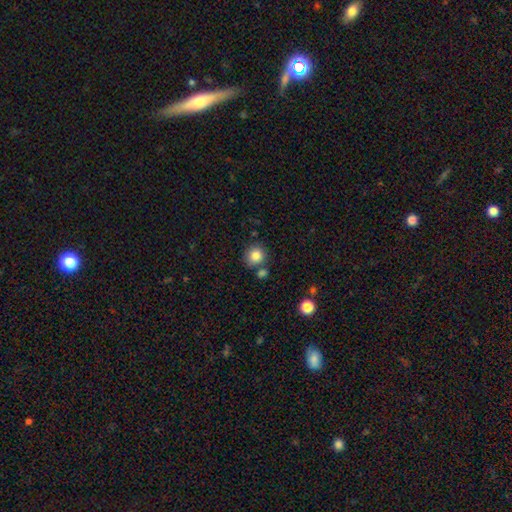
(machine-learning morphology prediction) A smooth galaxy with no disk features (84%) that is round (89%). Merging: none (74%).